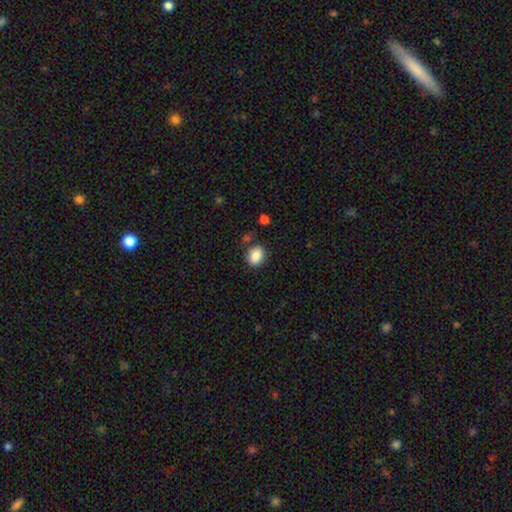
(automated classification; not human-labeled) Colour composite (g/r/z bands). It shows a smooth galaxy with no disk features (87%) that is in between round and cigar-shaped (57%). Merging: none (78%).